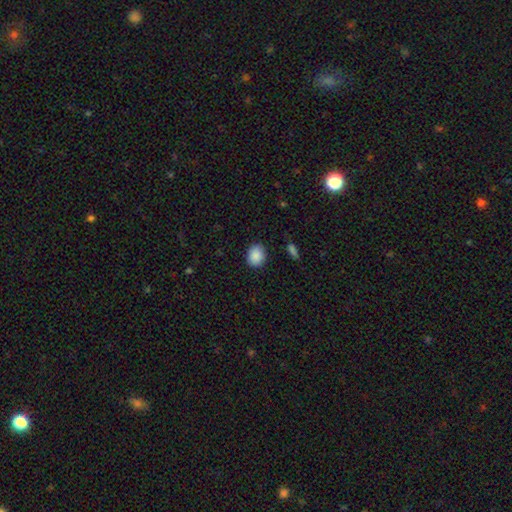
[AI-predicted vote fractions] This is clearly a smooth galaxy (89%). How rounded: possibly round (50%). Merging: clearly none (86%).